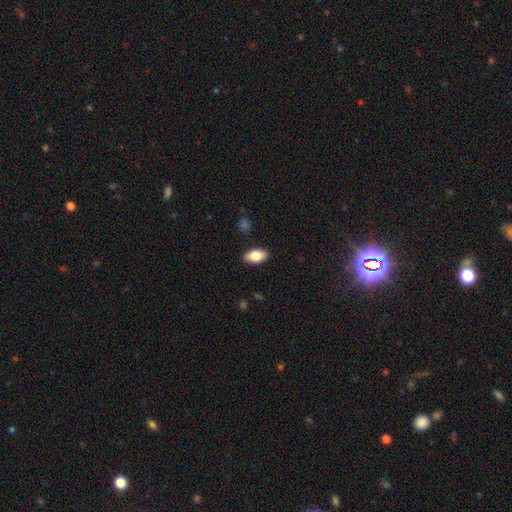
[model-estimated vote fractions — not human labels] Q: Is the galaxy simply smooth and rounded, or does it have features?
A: smooth — 80%.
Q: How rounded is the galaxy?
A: in between — 92%.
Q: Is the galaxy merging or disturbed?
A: none — 88%.